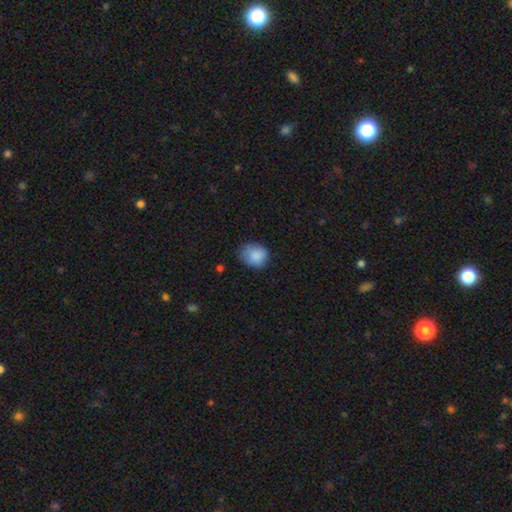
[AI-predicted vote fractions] smooth 87%, star or artifact 8%, featured or disk 5%. Down the decision tree: how rounded — round (60%); merging — none (67%).